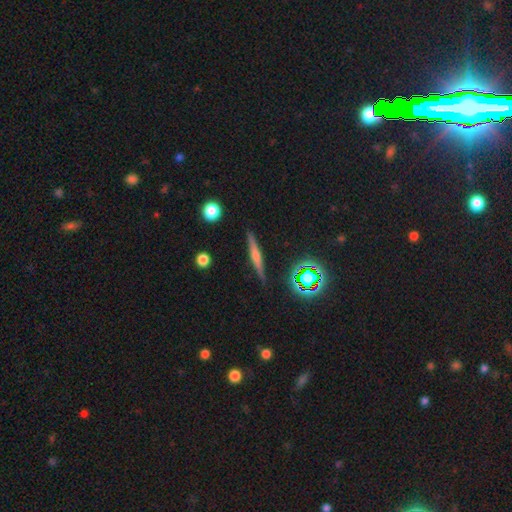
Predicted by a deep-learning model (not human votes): Smooth or featured? Predicted: featured or disk (p=0.52). Edge-on disk? Predicted: yes (p=0.96). Merging? Predicted: none (p=0.89).